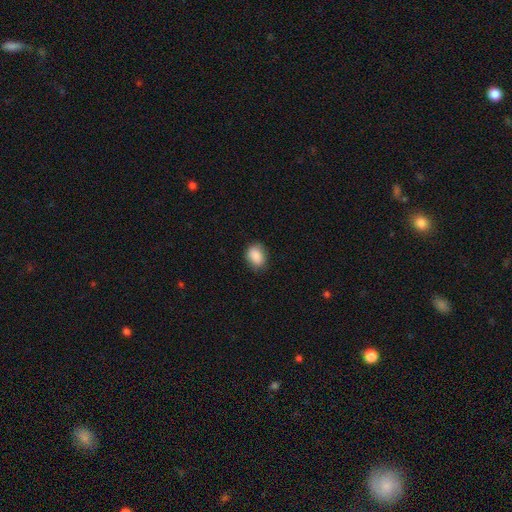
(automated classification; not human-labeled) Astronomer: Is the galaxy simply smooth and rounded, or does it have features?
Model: smooth — 88%.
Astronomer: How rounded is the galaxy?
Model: in between — 66%.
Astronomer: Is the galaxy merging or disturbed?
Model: none — 78%.